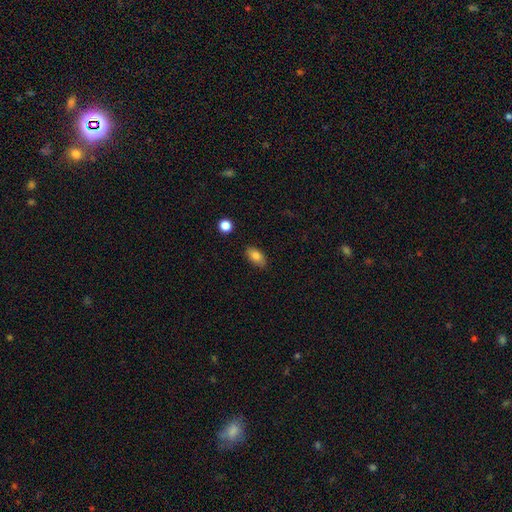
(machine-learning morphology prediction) Smooth or featured? smooth (82%)
How rounded? in between (90%)
Merging? none (84%)